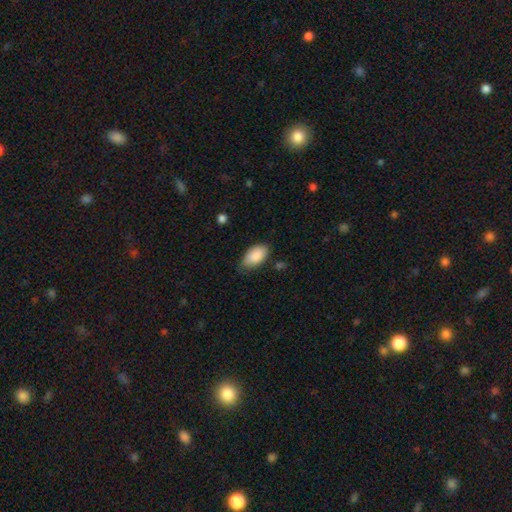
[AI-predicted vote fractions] Morphology: type=smooth (88%); roundness=in between (94%); merging=none (67%).